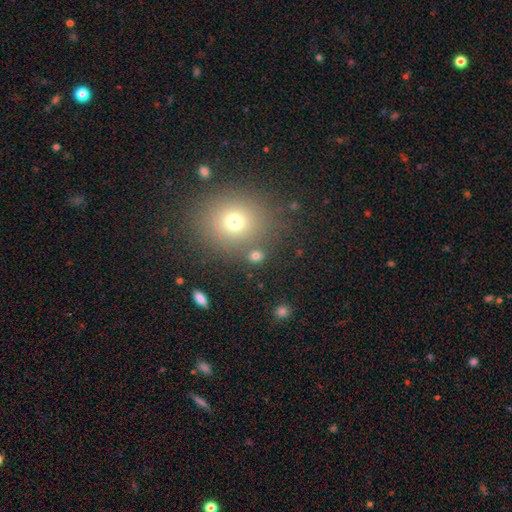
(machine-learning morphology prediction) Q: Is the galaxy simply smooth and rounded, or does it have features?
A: smooth — 74%.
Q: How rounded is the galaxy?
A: round — 74%.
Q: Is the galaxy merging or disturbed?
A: none — 77%.